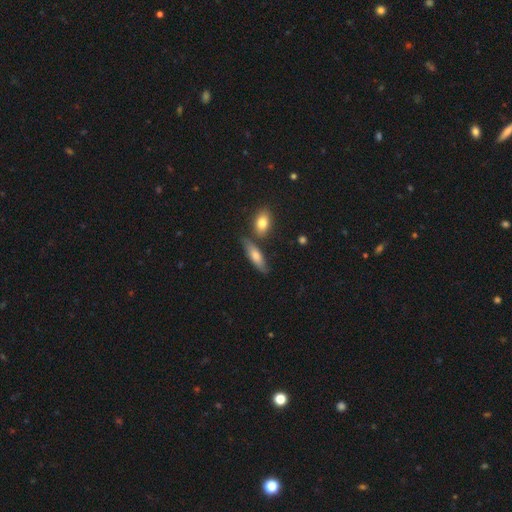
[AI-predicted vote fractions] A smooth galaxy with no disk features (65%) that is in between round and cigar-shaped (56%).

Vote fractions:
- Smooth or featured? smooth: 65% / featured or disk: 28% / star or artifact: 7%
- How rounded? in between: 56% / cigar-shaped: 41% / round: 3%
- Merging? none: 66% / minor disturbance: 17% / merger: 12% / major disturbance: 4%